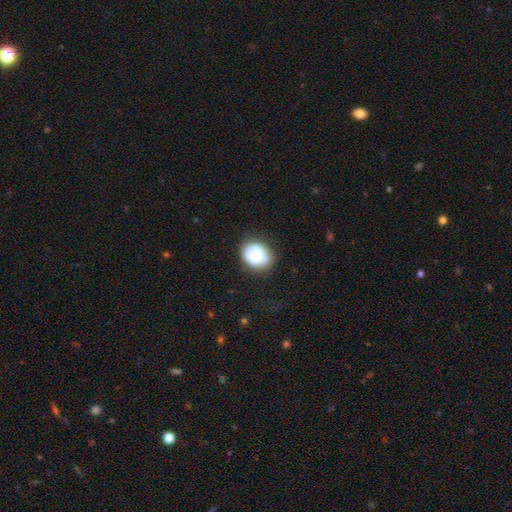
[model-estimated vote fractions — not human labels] smooth_or_featured: smooth (p=0.77) [alt: featured or disk p=0.15]
how_rounded: round (p=0.57) [alt: in between p=0.42]
merging: none (p=0.75) [alt: minor disturbance p=0.18]